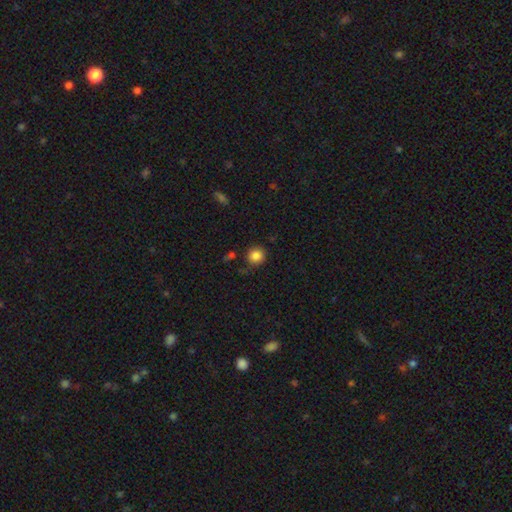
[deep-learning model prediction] A smooth galaxy with no disk features (85%) that is round (91%).

Vote fractions:
- Smooth or featured? smooth: 85% / star or artifact: 10% / featured or disk: 4%
- How rounded? round: 91% / in between: 8% / cigar-shaped: 1%
- Merging? none: 83% / minor disturbance: 11% / major disturbance: 3% / merger: 3%